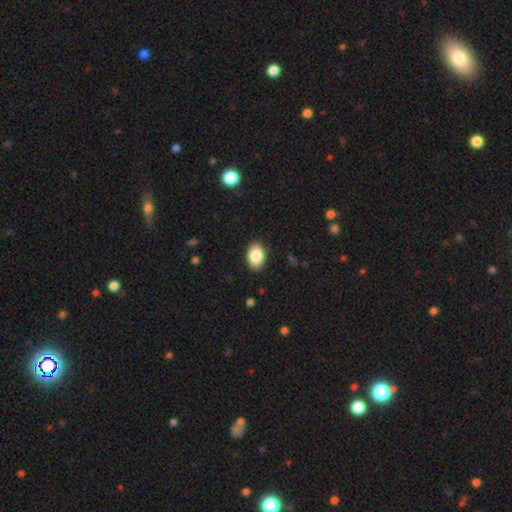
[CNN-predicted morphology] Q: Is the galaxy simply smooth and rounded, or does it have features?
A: smooth — 86%.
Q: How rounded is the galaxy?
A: in between — 88%.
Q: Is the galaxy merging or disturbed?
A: none — 88%.